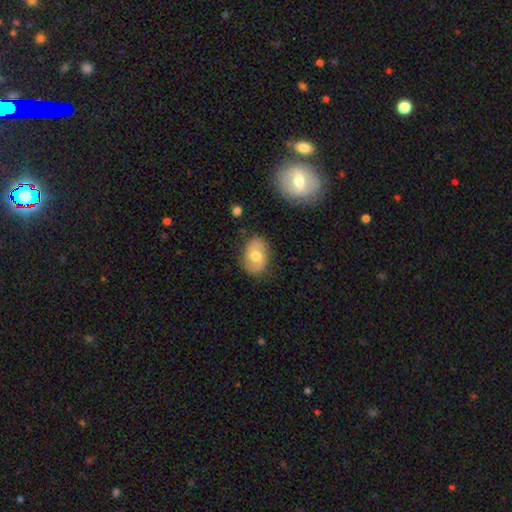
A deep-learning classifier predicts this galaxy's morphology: This appears to be a smooth galaxy with no disk features (58%) that is in between round and cigar-shaped (70%). Merging: none (79%).